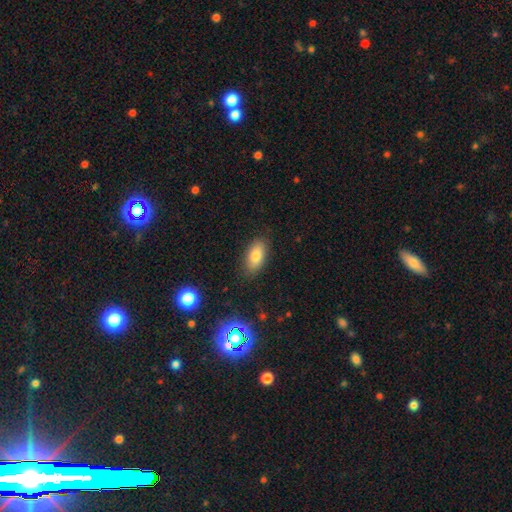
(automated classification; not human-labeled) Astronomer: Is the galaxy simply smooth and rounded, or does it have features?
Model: smooth — 81%.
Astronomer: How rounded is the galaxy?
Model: in between — 90%.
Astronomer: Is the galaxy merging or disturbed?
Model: none — 85%.